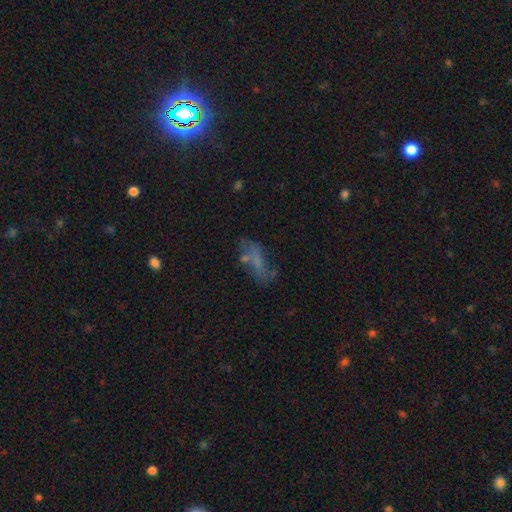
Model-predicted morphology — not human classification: This is marginally a featured or disk galaxy (39%). Merging: possibly none (52%).